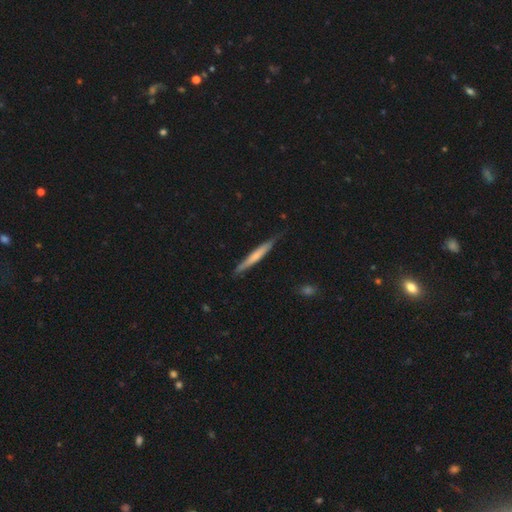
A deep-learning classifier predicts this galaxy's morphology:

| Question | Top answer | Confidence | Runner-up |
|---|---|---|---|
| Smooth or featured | smooth | 53% | featured or disk (41%) |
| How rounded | cigar-shaped | 95% | in between (3%) |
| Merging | none | 80% | minor disturbance (16%) |